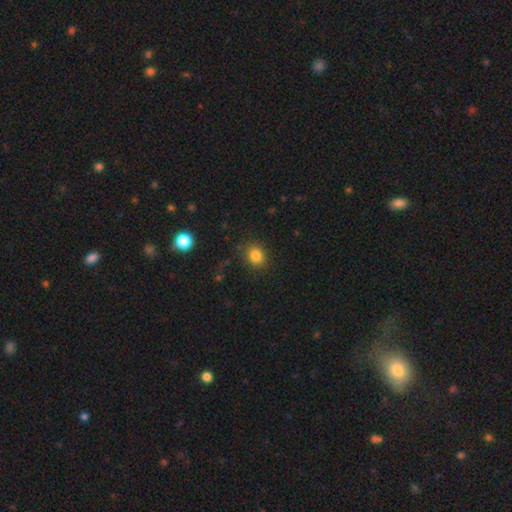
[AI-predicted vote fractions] The model was most divided on "how rounded": round: 73%, in between: 26%, cigar-shaped: 1%. More confident: merging — none (86%); smooth or featured — smooth (83%).